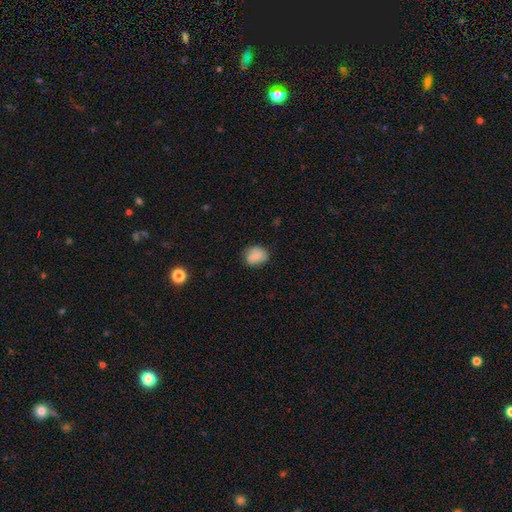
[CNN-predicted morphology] This is clearly a smooth galaxy (82%). How rounded: possibly round (55%). Merging: likely none (76%).